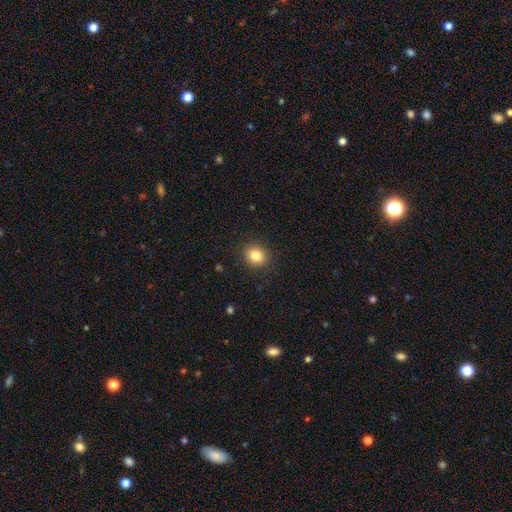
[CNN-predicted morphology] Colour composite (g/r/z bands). It shows a smooth galaxy with no disk features (83%) that is round (76%). Merging: none (89%).